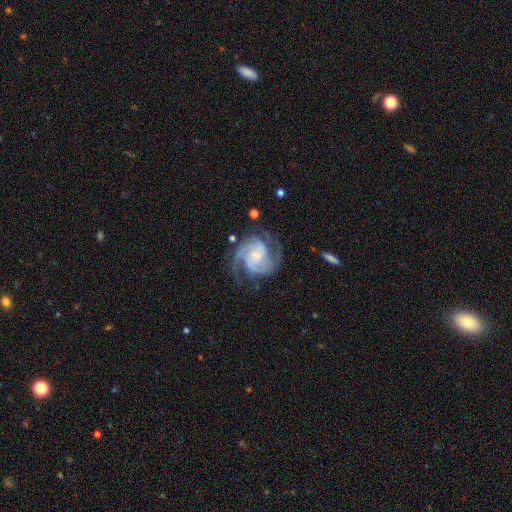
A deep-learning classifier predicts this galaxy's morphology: featured or disk 91%, smooth 4%, star or artifact 4%. Down the decision tree: edge-on disk — no (98%); bar — no (54%); spiral arms — yes (98%); spiral arm count — 2 (48%); spiral winding — medium (47%); bulge size — small (52%); merging — none (72%).